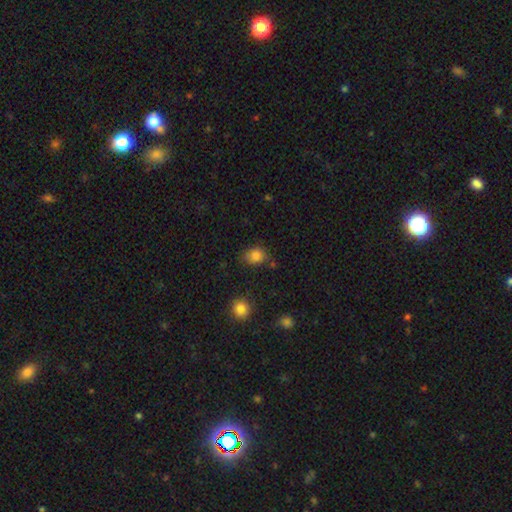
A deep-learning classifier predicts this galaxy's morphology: Smooth or featured? Predicted: smooth (p=0.84). How rounded? Predicted: in between (p=0.52). Merging? Predicted: none (p=0.69).